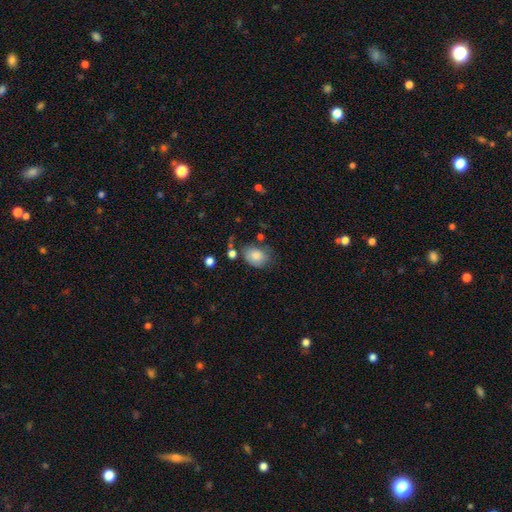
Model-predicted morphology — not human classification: smooth 81%, featured or disk 11%, star or artifact 8%. Down the decision tree: how rounded — in between (63%); merging — none (57%).